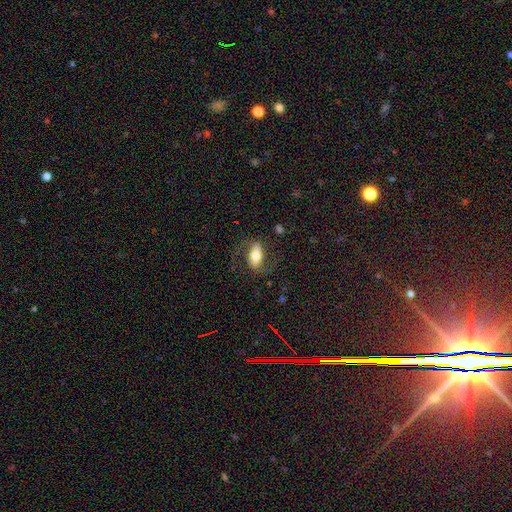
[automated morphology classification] smooth_or_featured: featured or disk (p=0.50) [alt: smooth p=0.43]
merging: none (p=0.68) [alt: minor disturbance p=0.17]